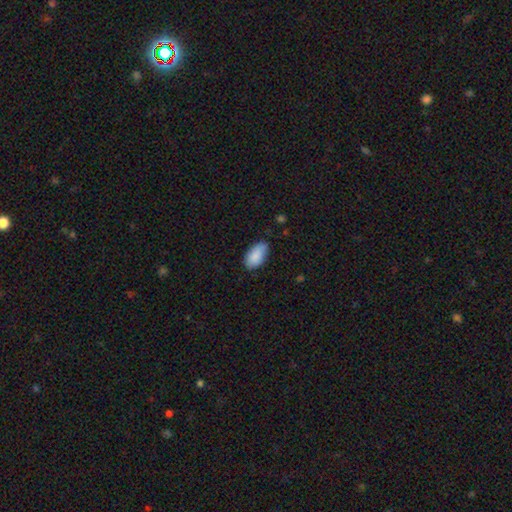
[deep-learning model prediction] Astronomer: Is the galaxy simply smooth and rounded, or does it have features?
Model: smooth — 87%.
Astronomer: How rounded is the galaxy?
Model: in between — 94%.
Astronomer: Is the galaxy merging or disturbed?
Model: none — 72%.